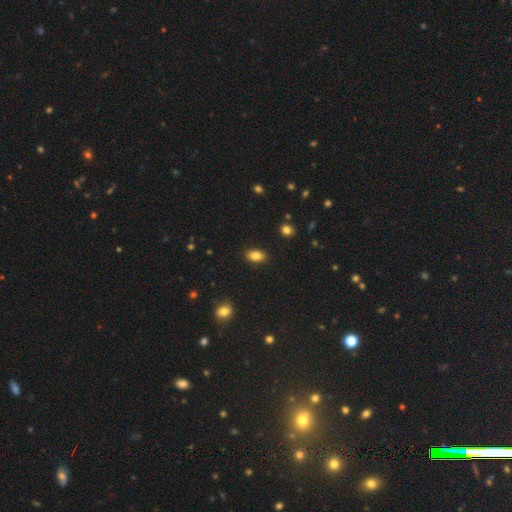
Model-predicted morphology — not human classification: type=smooth (85%); roundness=in between (88%); merging=none (88%).